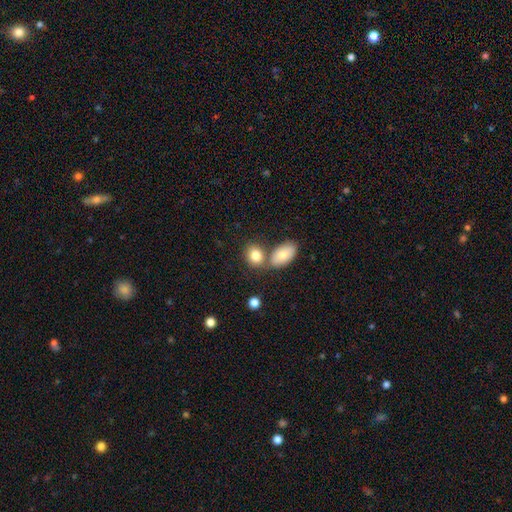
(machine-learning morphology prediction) The model was most divided on "how rounded": in between: 58%, round: 40%, cigar-shaped: 2%. More confident: smooth or featured — smooth (82%); merging — none (55%).